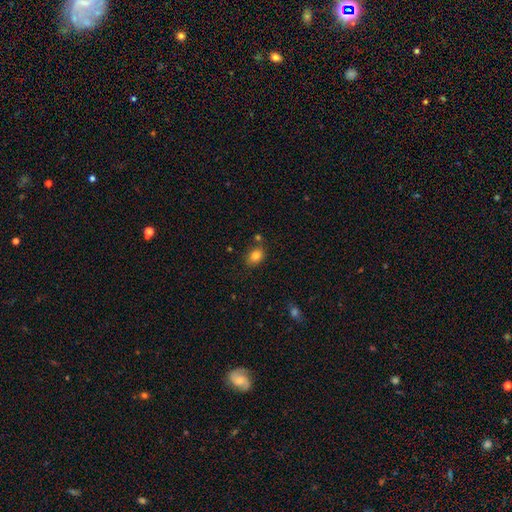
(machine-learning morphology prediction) Q: Smooth or featured?
A: smooth (82%); runner-up: star or artifact (10%)
Q: How rounded?
A: in between (74%); runner-up: round (25%)
Q: Merging?
A: none (75%); runner-up: minor disturbance (13%)